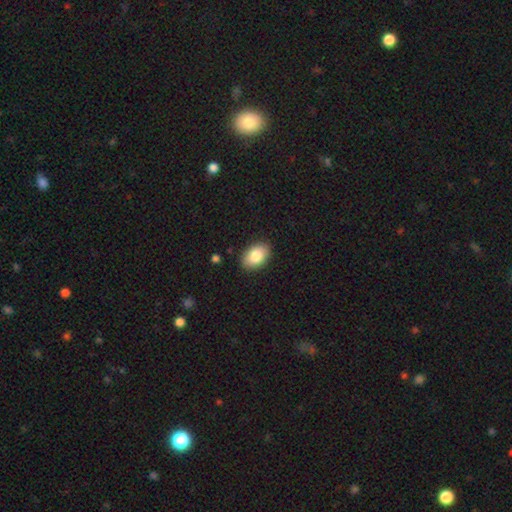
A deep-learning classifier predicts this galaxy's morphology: smooth-or-featured: smooth: 84% | featured or disk: 9% | star or artifact: 7%
  how-rounded: in between: 89% | round: 10% | cigar-shaped: 1%
  merging: none: 88% | minor disturbance: 9% | major disturbance: 2% | merger: 1%